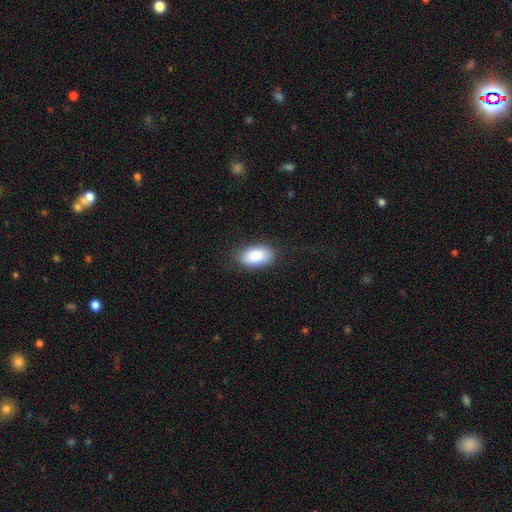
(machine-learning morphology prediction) Smooth or featured?
  - smooth: 86% *
  - featured or disk: 8%
  - star or artifact: 6%
How rounded?
  - in between: 94% *
  - round: 4%
  - cigar-shaped: 2%
Merging?
  - none: 83% *
  - minor disturbance: 13%
  - major disturbance: 3%
  - merger: 1%